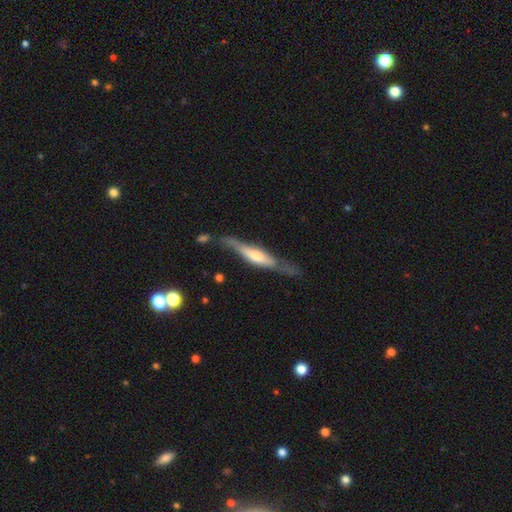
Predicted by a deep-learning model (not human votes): Smooth or featured: featured or disk — 67% (smooth — 27%)
Edge-on disk: yes — 88% (no — 12%)
Edge-on bulge: rounded — 52% (boxy — 35%)
Merging: none — 66% (minor disturbance — 22%)